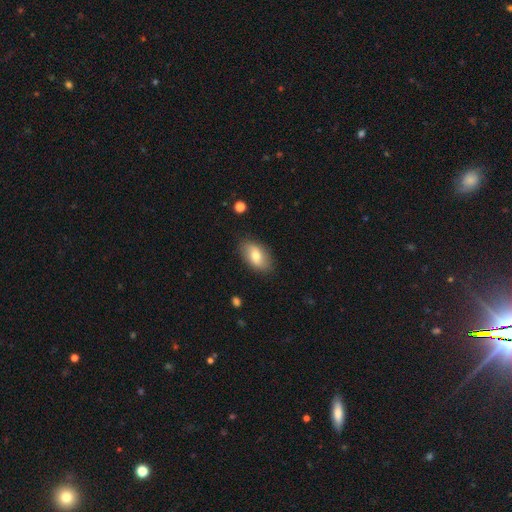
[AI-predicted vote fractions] Overall: smooth (68%). How rounded: in between (92%). Merging: none (84%).